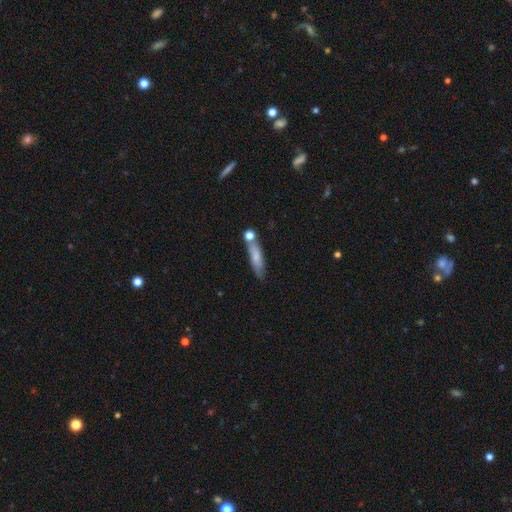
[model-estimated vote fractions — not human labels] This is likely a smooth galaxy (69%). How rounded: likely cigar-shaped (73%). Merging: likely none (63%).